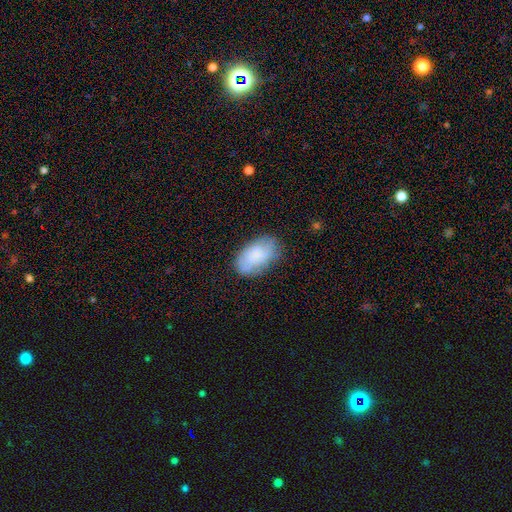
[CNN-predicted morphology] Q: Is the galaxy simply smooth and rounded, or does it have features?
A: smooth — 74%.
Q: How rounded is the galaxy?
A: in between — 94%.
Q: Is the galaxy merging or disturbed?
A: none — 70%.